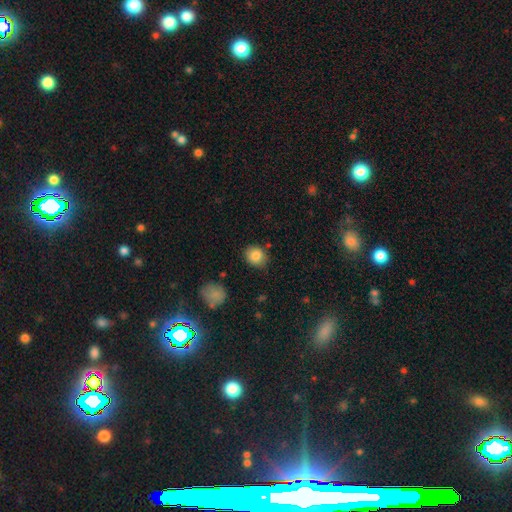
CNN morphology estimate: This is clearly a smooth galaxy (85%). How rounded: likely round (63%). Merging: clearly none (81%).